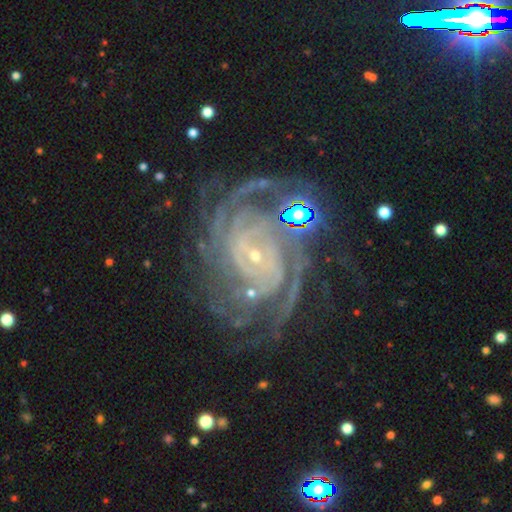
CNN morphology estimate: type=featured or disk (90%); edge-on=no (97%); bar=no (58%); spiral arms=yes (98%); winding=tight (73%); arm count=4 (24%); bulge=small (87%); merging=none (67%).